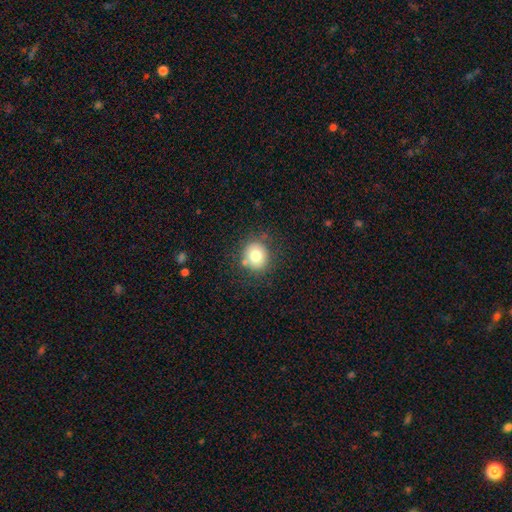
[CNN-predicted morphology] Smooth or featured: smooth — 76% (featured or disk — 13%)
How rounded: round — 83% (in between — 16%)
Merging: none — 79% (minor disturbance — 12%)